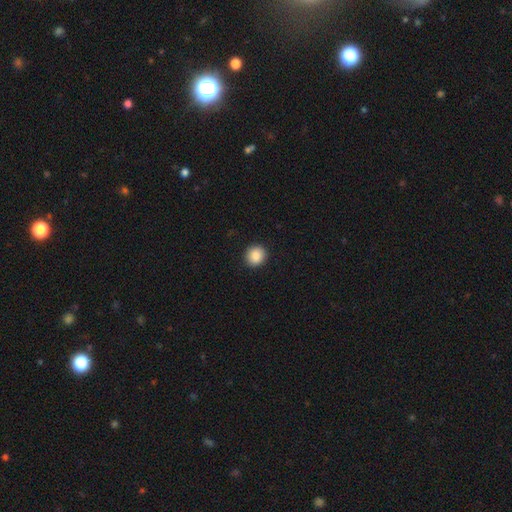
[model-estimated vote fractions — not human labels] Smooth or featured? Predicted: smooth (p=0.87). How rounded? Predicted: round (p=0.84). Merging? Predicted: none (p=0.92).